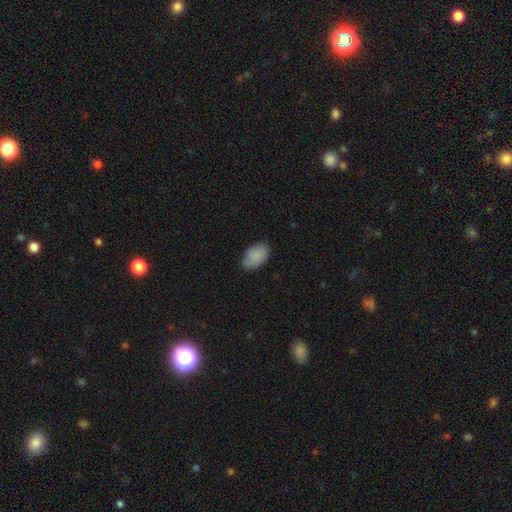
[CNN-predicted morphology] type=smooth (87%); roundness=in between (93%); merging=none (77%).